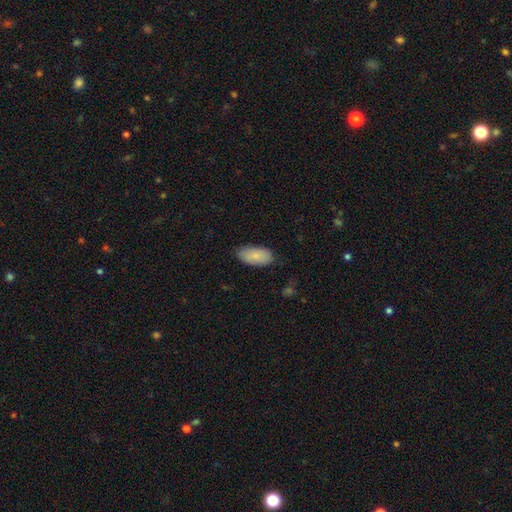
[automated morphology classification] smooth-or-featured: smooth: 82% | featured or disk: 12% | star or artifact: 6%
  how-rounded: in between: 93% | cigar-shaped: 4% | round: 2%
  merging: none: 78% | minor disturbance: 18% | major disturbance: 3% | merger: 1%